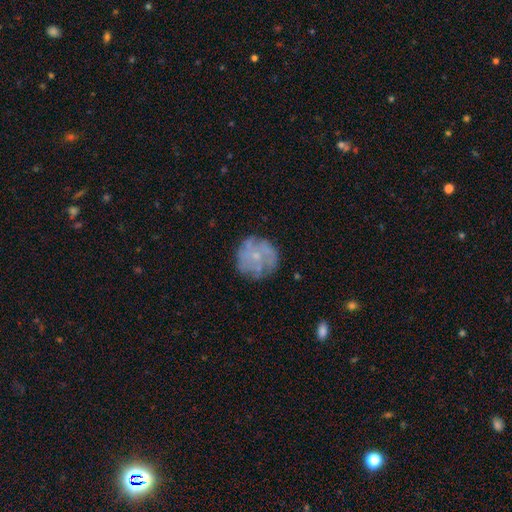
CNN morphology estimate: smooth_or_featured: featured or disk (p=0.55) [alt: smooth p=0.36]
disk_edge_on: no (p=0.98) [alt: yes p=0.02]
bar: no (p=0.86) [alt: weak p=0.12]
has_spiral_arms: no (p=0.53) [alt: yes p=0.47]
bulge_size: small (p=0.68) [alt: moderate p=0.19]
merging: none (p=0.72) [alt: minor disturbance p=0.18]